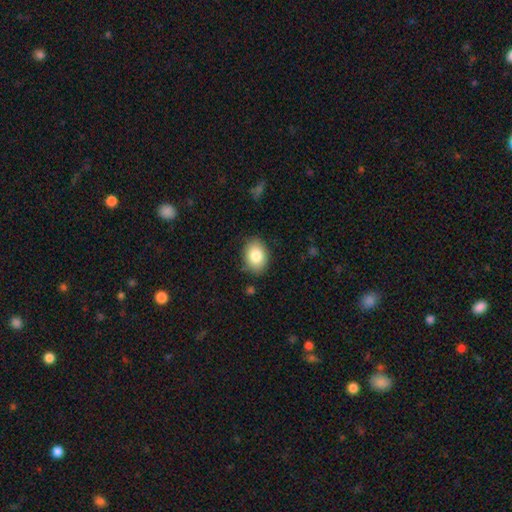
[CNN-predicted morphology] smooth 84%, featured or disk 9%, star or artifact 8%. Down the decision tree: how rounded — in between (72%); merging — none (84%).